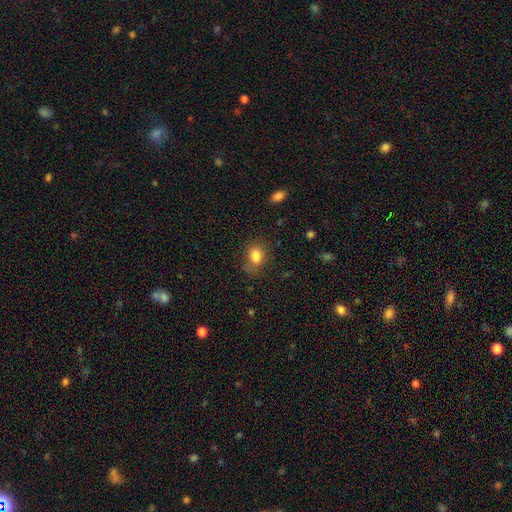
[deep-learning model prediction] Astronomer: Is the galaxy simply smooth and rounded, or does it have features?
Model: smooth — 81%.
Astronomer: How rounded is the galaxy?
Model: in between — 61% (runner-up: round, 37%).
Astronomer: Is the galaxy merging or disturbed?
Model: none — 59%.